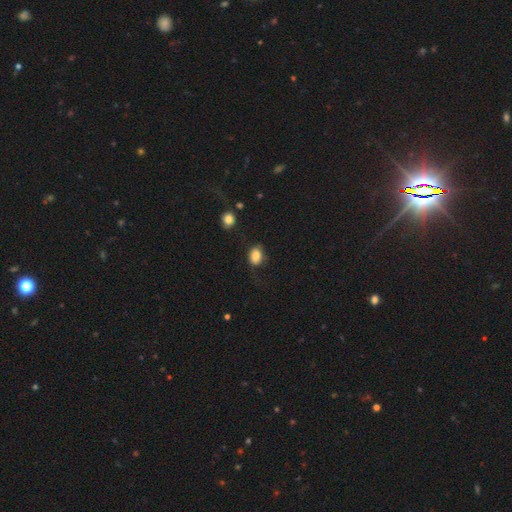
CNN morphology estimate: type=smooth (84%); roundness=in between (73%); merging=none (62%).